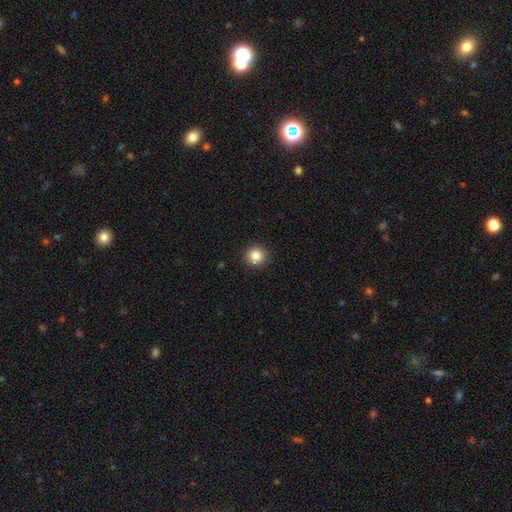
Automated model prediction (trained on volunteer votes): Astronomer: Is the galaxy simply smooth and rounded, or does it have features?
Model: smooth — 84%.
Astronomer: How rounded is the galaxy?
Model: round — 94%.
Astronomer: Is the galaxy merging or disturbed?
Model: none — 91%.